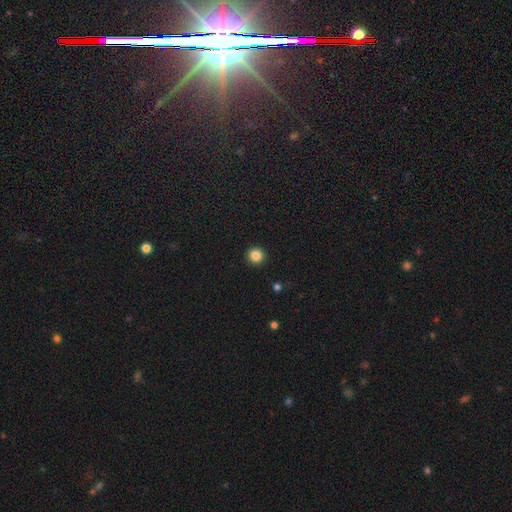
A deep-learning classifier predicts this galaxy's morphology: The model was most divided on "smooth or featured": smooth: 85%, star or artifact: 11%, featured or disk: 4%. More confident: how rounded — round (95%); merging — none (94%).